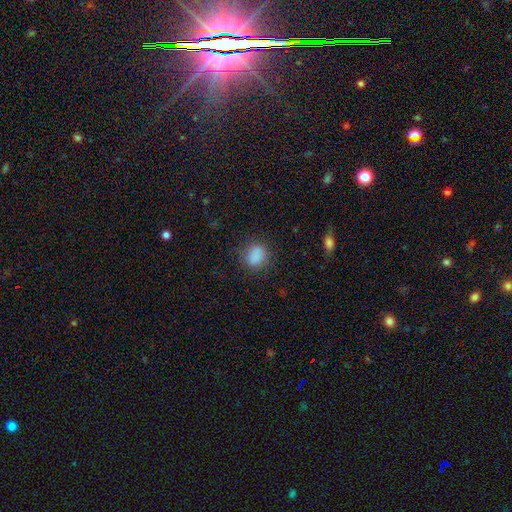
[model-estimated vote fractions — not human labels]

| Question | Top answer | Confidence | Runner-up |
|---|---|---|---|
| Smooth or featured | smooth | 85% | star or artifact (10%) |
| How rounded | round | 61% | in between (37%) |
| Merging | none | 77% | minor disturbance (16%) |